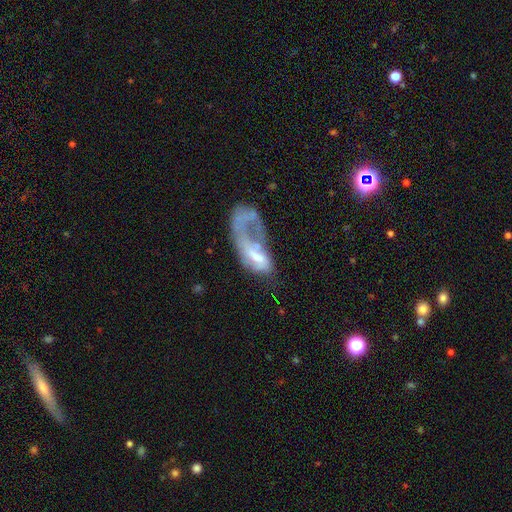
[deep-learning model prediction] The model was most divided on "bulge size": none: 33%, moderate: 30%, small: 28%, large: 7%, dominant: 2%. More confident: edge-on disk — no (94%); spiral arms — no (65%); bar — no (64%); merging — major disturbance (56%); smooth or featured — featured or disk (54%).